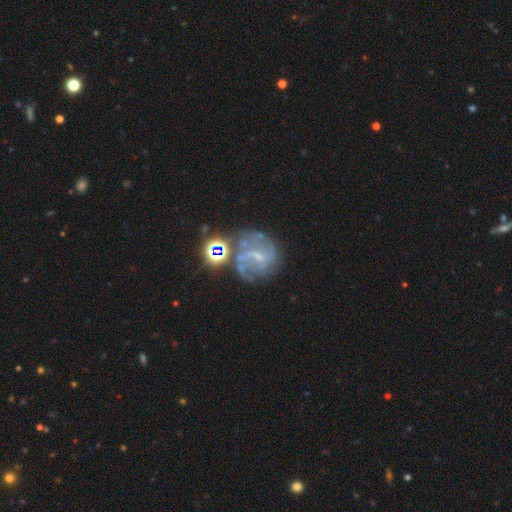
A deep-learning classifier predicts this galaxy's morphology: featured or disk 68%, star or artifact 18%, smooth 14%. Down the decision tree: edge-on disk — no (98%); bar — weak (52%); spiral arms — yes (81%); spiral arm count — 2 (45%); spiral winding — medium (43%); bulge size — small (61%); merging — none (49%).